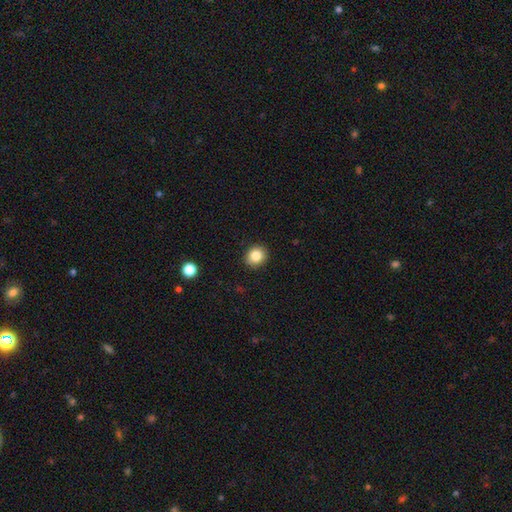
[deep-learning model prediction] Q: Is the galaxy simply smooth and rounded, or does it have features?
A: smooth — 84%.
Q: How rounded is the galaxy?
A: round — 79%.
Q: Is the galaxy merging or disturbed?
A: none — 90%.